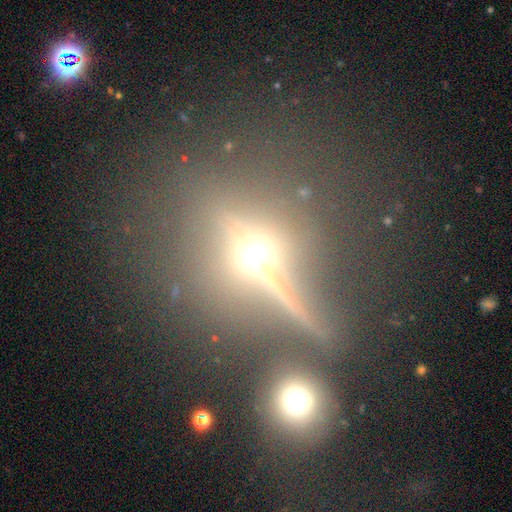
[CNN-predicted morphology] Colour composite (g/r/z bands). It shows a featured or disk galaxy (54%) viewed edge-on (81%). Merging: none (72%).